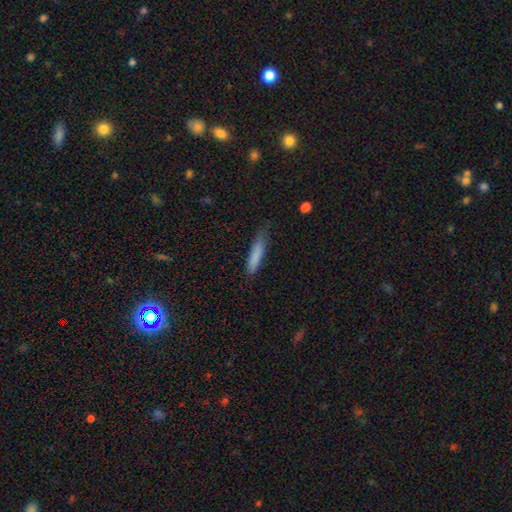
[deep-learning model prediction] Smooth or featured: smooth — 83% (featured or disk — 11%)
How rounded: cigar-shaped — 83% (in between — 15%)
Merging: none — 73% (minor disturbance — 21%)